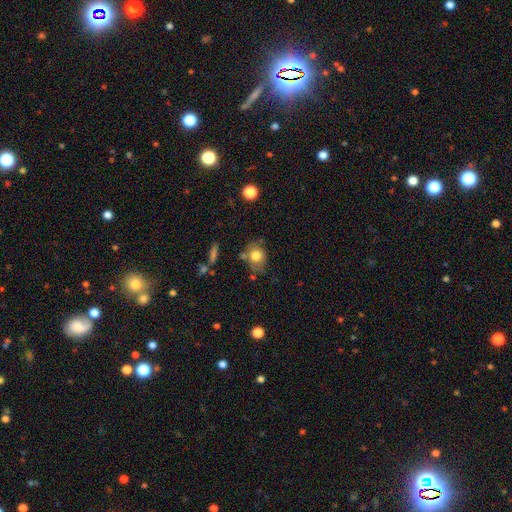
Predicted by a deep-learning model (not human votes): Smooth or featured: smooth — 76% (featured or disk — 15%)
How rounded: round — 51% (in between — 48%)
Merging: none — 60% (minor disturbance — 23%)